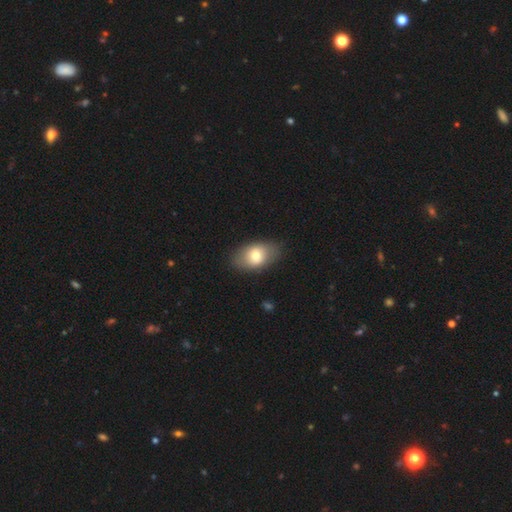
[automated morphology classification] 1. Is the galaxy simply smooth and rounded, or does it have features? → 72% smooth, 21% featured or disk, 7% star or artifact.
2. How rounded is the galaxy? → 86% in between, 12% round, 2% cigar-shaped.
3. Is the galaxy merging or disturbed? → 83% none, 12% minor disturbance, 3% major disturbance, 1% merger.